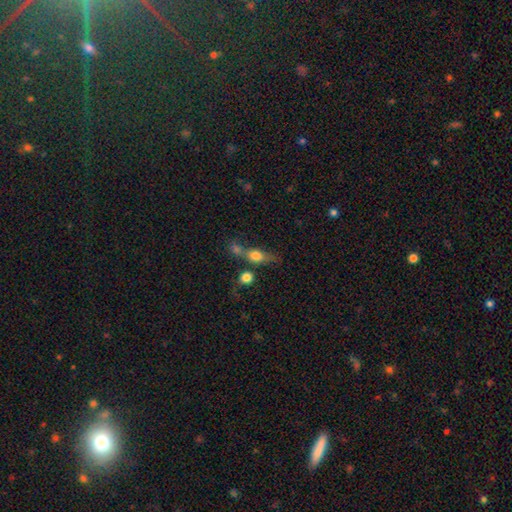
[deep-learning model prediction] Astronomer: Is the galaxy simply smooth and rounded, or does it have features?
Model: smooth — 70%.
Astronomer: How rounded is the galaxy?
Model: in between — 53% (runner-up: round, 31%).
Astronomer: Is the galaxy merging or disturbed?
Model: none — 39% (runner-up: merger, 37%).